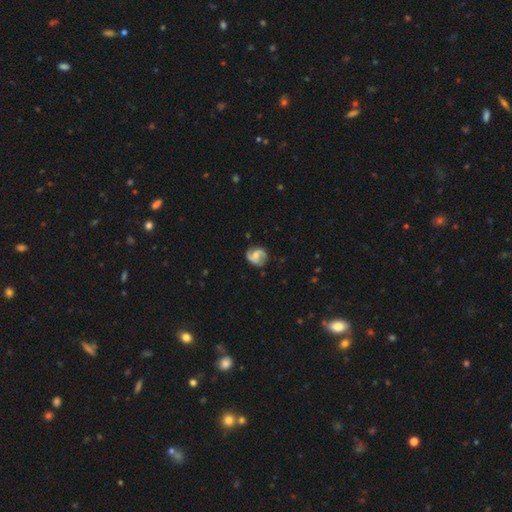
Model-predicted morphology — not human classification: Smooth or featured: featured or disk — 76% (smooth — 18%)
Edge-on disk: no — 98% (yes — 2%)
Bar: weak — 45% (no — 41%)
Spiral arms: yes — 94% (no — 6%)
Spiral winding: medium — 48% (loose — 30%)
Spiral arm count: 2 — 87% (can't tell — 5%)
Bulge size: moderate — 43% (tied with small — 43%)
Merging: none — 74% (minor disturbance — 18%)